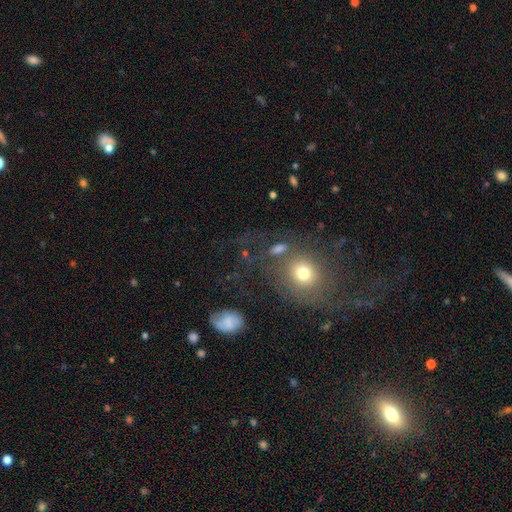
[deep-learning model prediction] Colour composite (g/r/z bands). It shows a featured or disk galaxy (44%). Merging: none (54%).